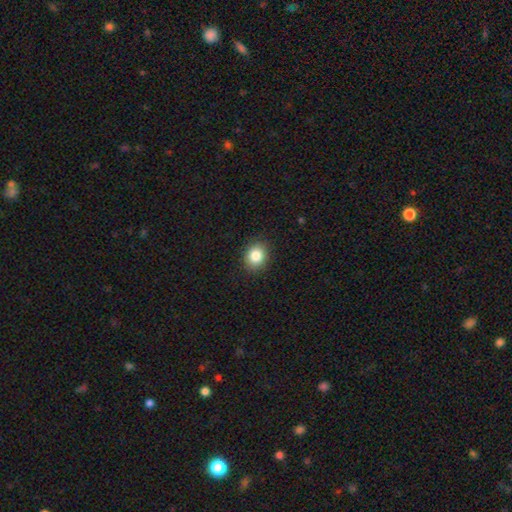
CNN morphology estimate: smooth-or-featured: smooth: 84% | star or artifact: 10% | featured or disk: 6%
  how-rounded: round: 58% | in between: 41% | cigar-shaped: 1%
  merging: none: 90% | minor disturbance: 7% | major disturbance: 2% | merger: 1%